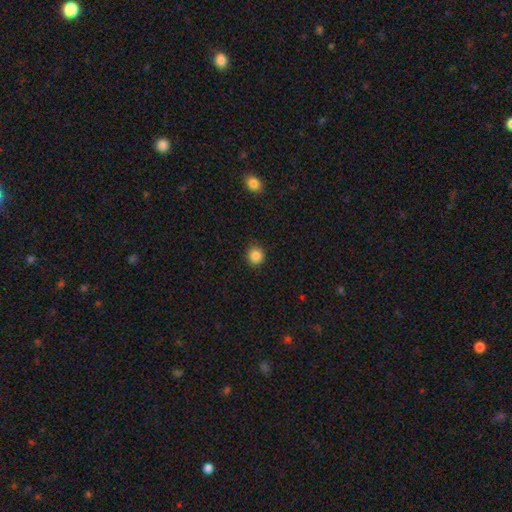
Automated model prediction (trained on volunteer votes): This appears to be a smooth galaxy with no disk features (86%) that is round (90%). Merging: none (91%).